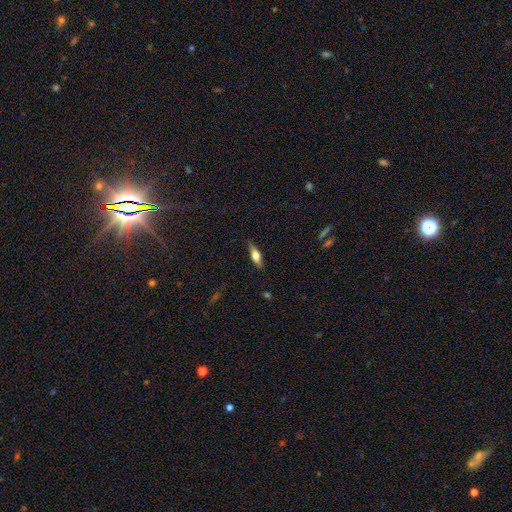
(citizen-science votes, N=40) smooth-or-featured: featured or disk: 62% | smooth: 32% | star or artifact: 5%
  disk-edge-on: yes: 92% | no: 8%
    edge-on-bulge: rounded: 100% | boxy: 0% | none: 0%
  merging: none: 74% | minor disturbance: 24% | major disturbance: 3% | merger: 0%